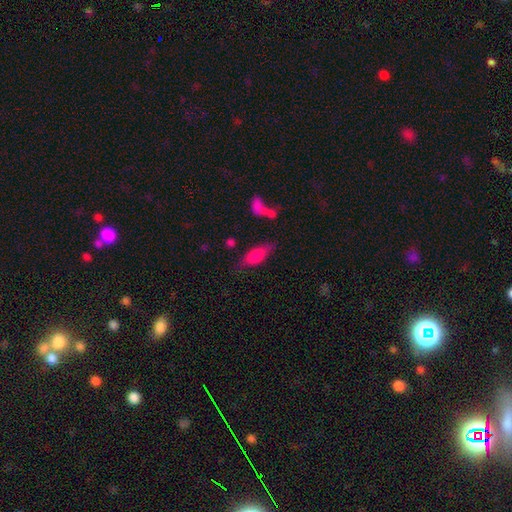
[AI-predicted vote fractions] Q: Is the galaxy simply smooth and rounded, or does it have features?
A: smooth — 80%.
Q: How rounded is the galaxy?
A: in between — 69%.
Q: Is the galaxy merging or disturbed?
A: none — 64%.